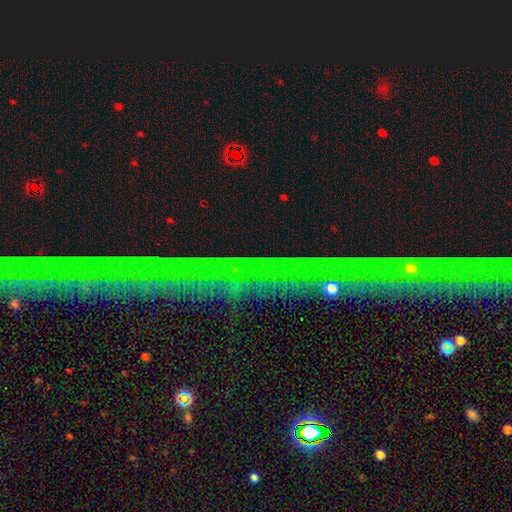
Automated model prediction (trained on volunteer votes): This is likely a star or artifact rather than a galaxy (79%).